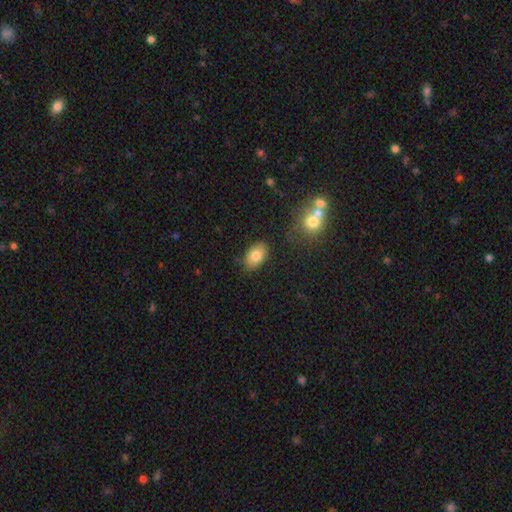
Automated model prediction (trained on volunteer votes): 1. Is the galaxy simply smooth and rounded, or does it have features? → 81% smooth, 11% featured or disk, 8% star or artifact.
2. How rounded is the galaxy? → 91% in between, 8% round, 2% cigar-shaped.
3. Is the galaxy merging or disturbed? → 81% none, 13% minor disturbance, 3% major disturbance, 3% merger.